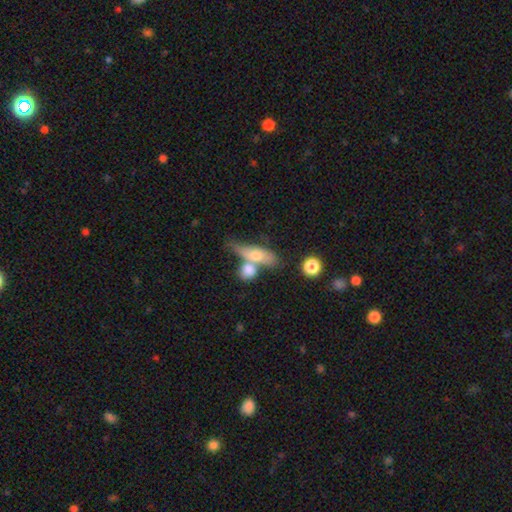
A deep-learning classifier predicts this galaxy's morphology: Q: Smooth or featured?
A: smooth (56%); runner-up: featured or disk (37%)
Q: How rounded?
A: in between (53%); runner-up: cigar-shaped (39%)
Q: Merging?
A: merger (43%); runner-up: none (35%)